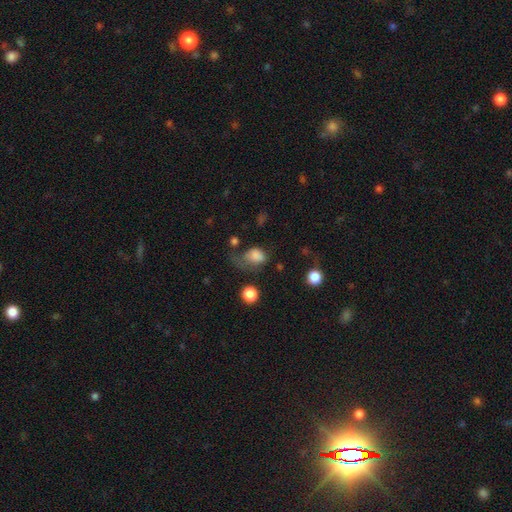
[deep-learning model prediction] Smooth or featured: smooth — 77% (featured or disk — 11%)
How rounded: in between — 66% (round — 32%)
Merging: major disturbance — 42% (minor disturbance — 26%)